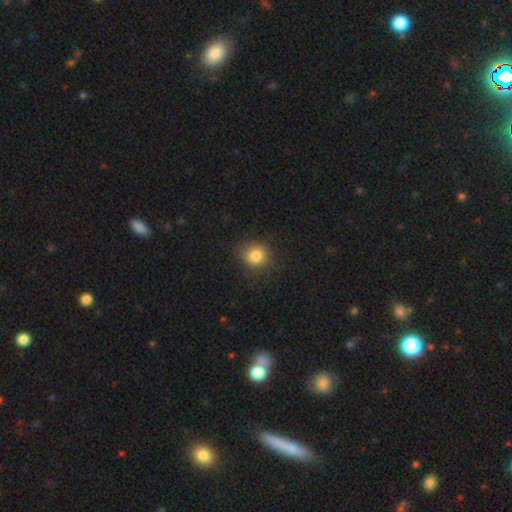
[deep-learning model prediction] Smooth or featured: smooth — 83% (star or artifact — 11%)
How rounded: round — 87% (in between — 12%)
Merging: none — 84% (minor disturbance — 11%)